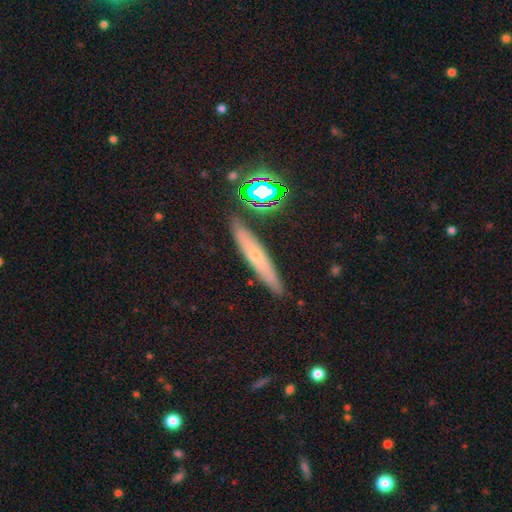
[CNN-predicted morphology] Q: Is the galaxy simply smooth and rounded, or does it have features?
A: smooth — 44%.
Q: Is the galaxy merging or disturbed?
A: none — 87%.